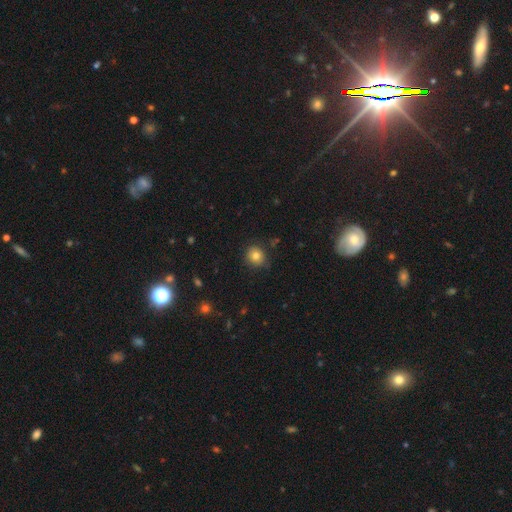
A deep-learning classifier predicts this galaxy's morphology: This is likely a smooth galaxy (79%). How rounded: clearly round (83%). Merging: clearly none (83%).